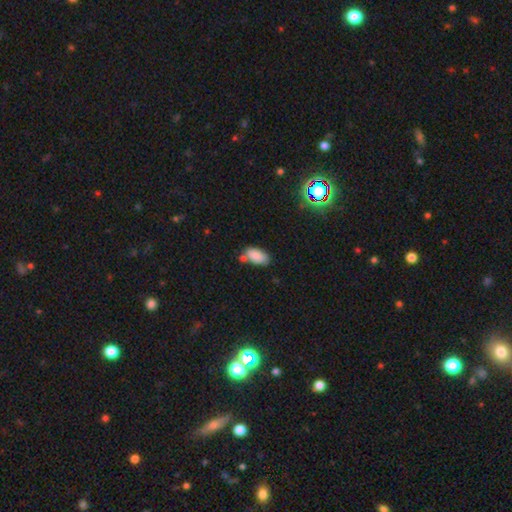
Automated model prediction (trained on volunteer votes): smooth 87%, star or artifact 8%, featured or disk 5%. Down the decision tree: how rounded — in between (94%); merging — none (63%).